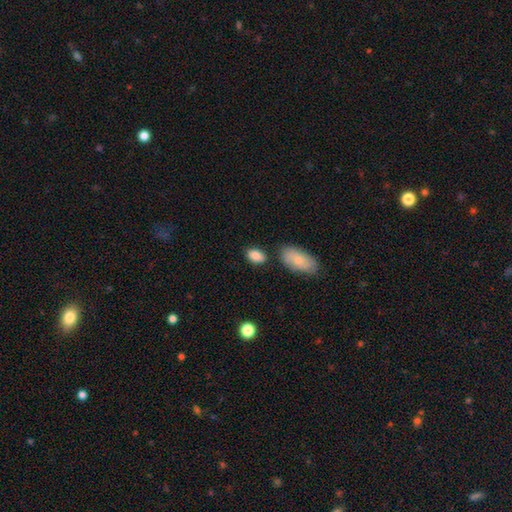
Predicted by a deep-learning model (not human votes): The model was most divided on "merging": none: 74%, minor disturbance: 15%, merger: 7%, major disturbance: 4%. More confident: how rounded — in between (90%); smooth or featured — smooth (88%).